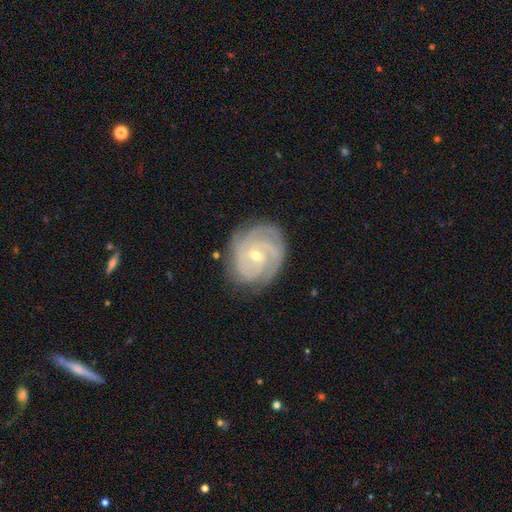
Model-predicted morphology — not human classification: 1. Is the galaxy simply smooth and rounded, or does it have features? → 89% featured or disk, 6% smooth, 5% star or artifact.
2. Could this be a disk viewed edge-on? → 98% no, 2% yes.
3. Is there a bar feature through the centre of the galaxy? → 53% no, 37% weak, 10% strong.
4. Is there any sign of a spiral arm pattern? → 98% yes, 2% no.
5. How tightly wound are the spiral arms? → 75% tight, 22% medium, 3% loose.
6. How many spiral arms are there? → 41% 3, 18% 4, 15% 2, 14% can't tell, 6% more than 4, 5% 1.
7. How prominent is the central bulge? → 58% small, 39% moderate, 1% large, 1% none, 1% dominant.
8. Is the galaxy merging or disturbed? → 81% none, 14% minor disturbance, 4% major disturbance, 1% merger.